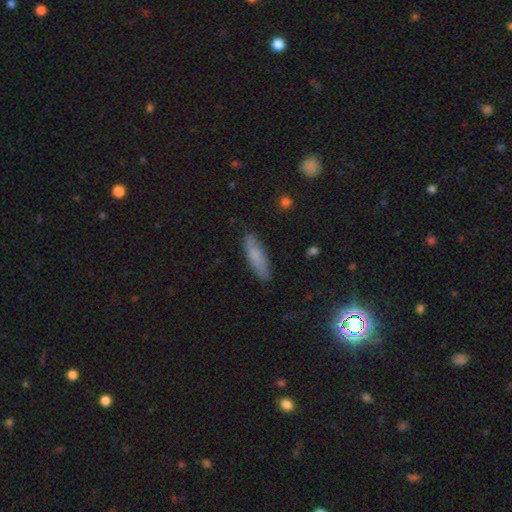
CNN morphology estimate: The model was most divided on "how rounded": cigar-shaped: 71%, in between: 27%, round: 2%. More confident: merging — none (86%); smooth or featured — smooth (75%).